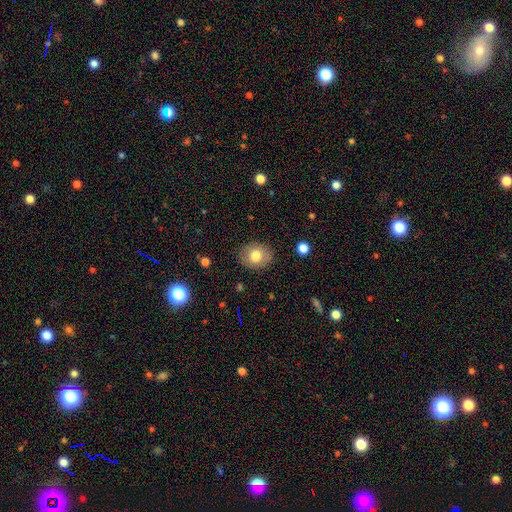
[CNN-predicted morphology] This appears to be a smooth galaxy with no disk features (77%) that is round (60%). Merging: none (85%).